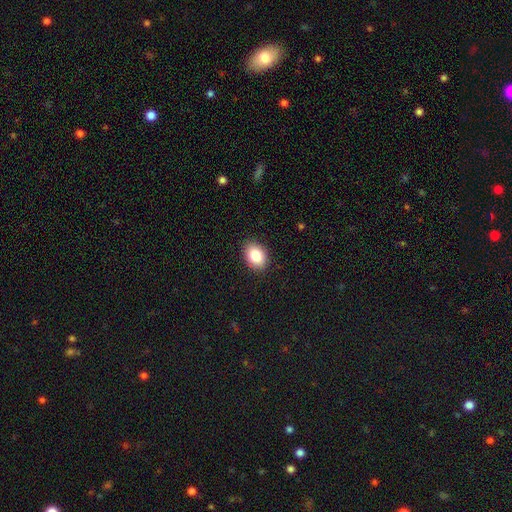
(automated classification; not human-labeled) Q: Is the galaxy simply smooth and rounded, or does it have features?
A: smooth — 85%.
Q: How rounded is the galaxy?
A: in between — 77%.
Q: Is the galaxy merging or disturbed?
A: none — 89%.